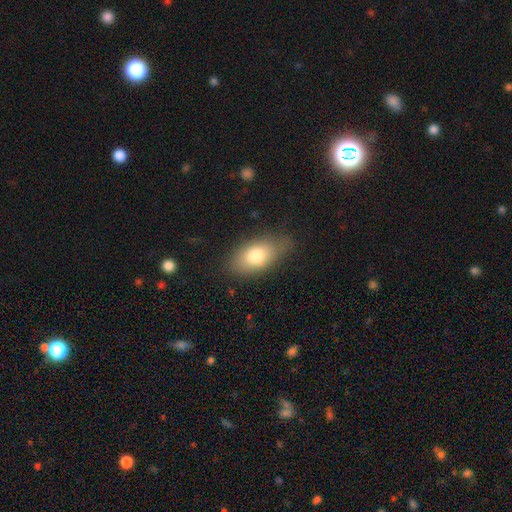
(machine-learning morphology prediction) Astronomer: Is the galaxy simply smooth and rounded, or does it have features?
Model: smooth — 78%.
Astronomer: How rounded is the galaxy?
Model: in between — 89%.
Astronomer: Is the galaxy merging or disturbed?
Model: none — 70%.